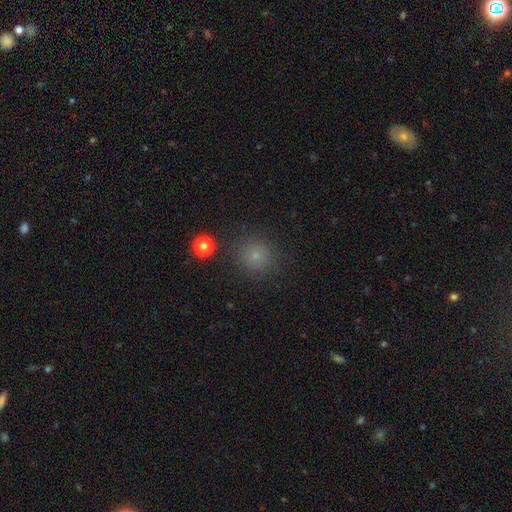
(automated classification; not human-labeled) smooth-or-featured: smooth: 75% | star or artifact: 19% | featured or disk: 6%
  how-rounded: round: 92% | in between: 7% | cigar-shaped: 1%
  merging: none: 87% | minor disturbance: 8% | major disturbance: 3% | merger: 2%